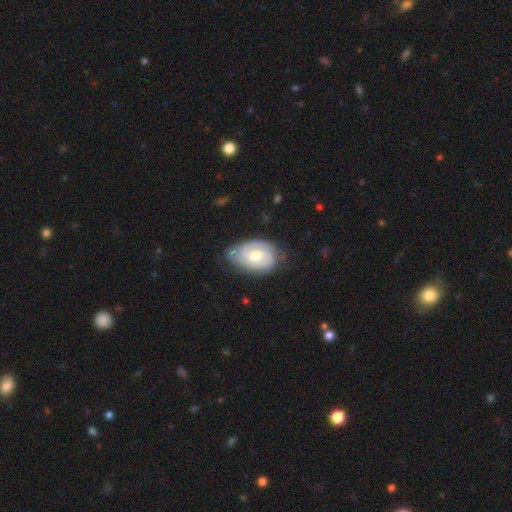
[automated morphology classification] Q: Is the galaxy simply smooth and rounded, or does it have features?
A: featured or disk — 66%.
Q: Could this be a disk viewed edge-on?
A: no — 96%.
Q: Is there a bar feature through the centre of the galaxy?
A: no — 56%.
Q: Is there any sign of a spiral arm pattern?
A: yes — 84%.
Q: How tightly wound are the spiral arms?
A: tight — 53%.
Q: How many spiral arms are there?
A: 2 — 50%.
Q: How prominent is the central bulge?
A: moderate — 72%.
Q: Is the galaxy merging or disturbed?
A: none — 61%.